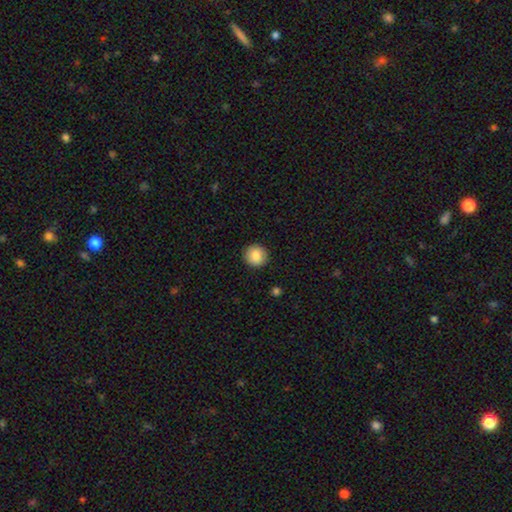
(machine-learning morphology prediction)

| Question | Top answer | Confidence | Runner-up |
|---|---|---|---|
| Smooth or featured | smooth | 86% | star or artifact (8%) |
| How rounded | round | 92% | in between (7%) |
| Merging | none | 92% | minor disturbance (6%) |